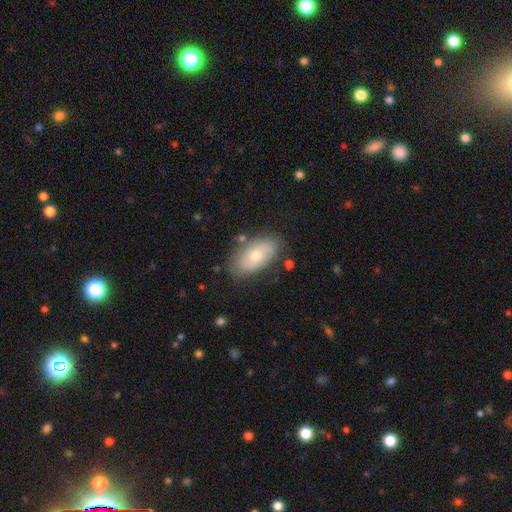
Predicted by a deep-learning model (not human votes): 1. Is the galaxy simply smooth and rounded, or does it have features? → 58% smooth, 35% featured or disk, 7% star or artifact.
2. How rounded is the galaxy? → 92% in between, 5% round, 3% cigar-shaped.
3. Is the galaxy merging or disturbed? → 77% none, 16% minor disturbance, 4% major disturbance, 3% merger.